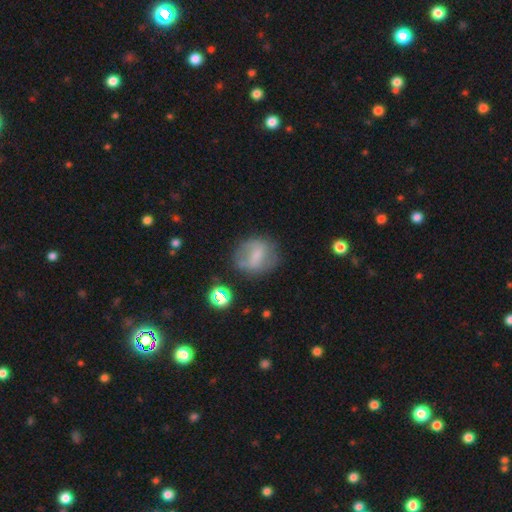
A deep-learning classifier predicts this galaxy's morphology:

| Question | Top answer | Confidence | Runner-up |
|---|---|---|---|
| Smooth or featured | smooth | 54% | featured or disk (35%) |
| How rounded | round | 62% | in between (36%) |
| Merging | none | 65% | minor disturbance (21%) |